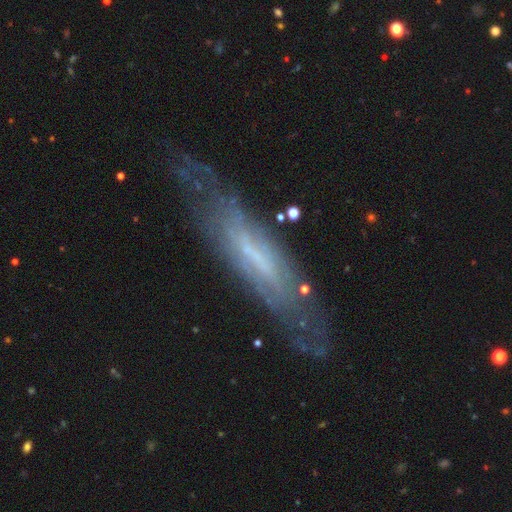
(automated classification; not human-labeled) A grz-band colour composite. It shows a featured or disk galaxy (70%) with not edge-on (50%, tied with yes). Merging: none (67%).